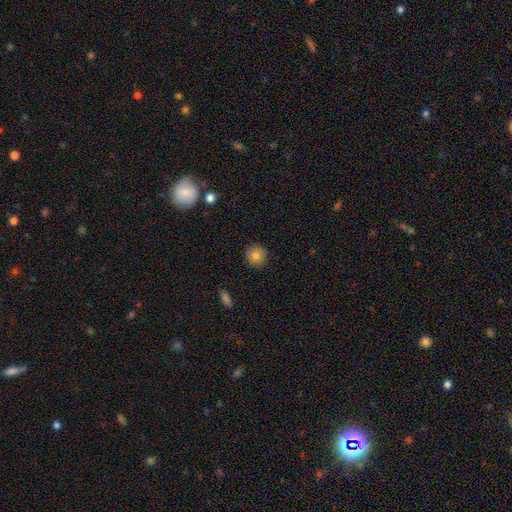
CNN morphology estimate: Overall: smooth (83%). How rounded: round (91%). Merging: none (89%).